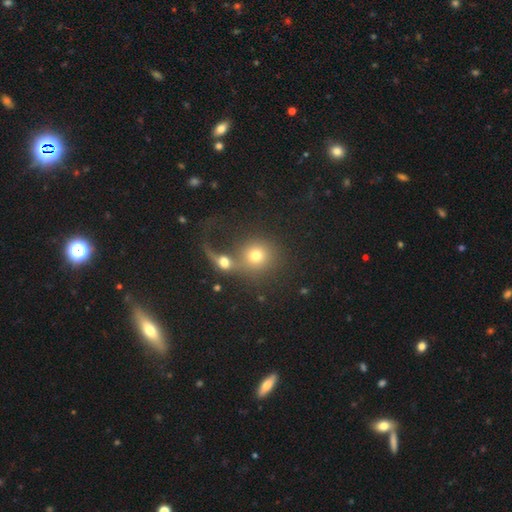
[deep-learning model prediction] smooth-or-featured: smooth: 67% | featured or disk: 20% | star or artifact: 13%
  how-rounded: round: 87% | in between: 11% | cigar-shaped: 1%
  merging: merger: 54% | none: 26% | major disturbance: 14% | minor disturbance: 6%